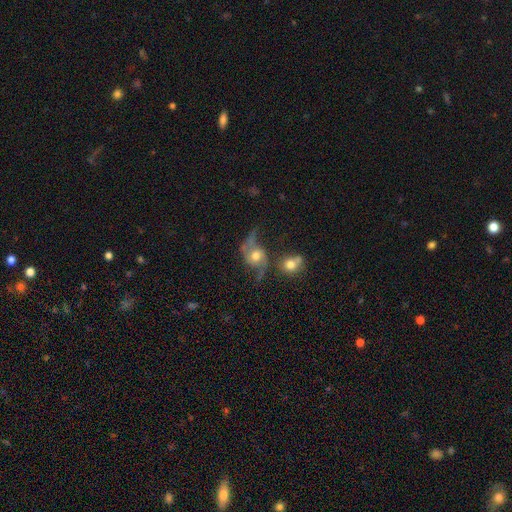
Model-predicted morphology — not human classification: This is clearly a featured or disk galaxy (81%). It is clearly not viewed edge-on (96%). Bar: likely no (65%). Spiral arm pattern: clearly yes (94%). Spiral arm count: clearly 2 (93%). Spiral winding: likely loose (79%). Central bulge: likely moderate (69%). Merging: possibly none (53%).